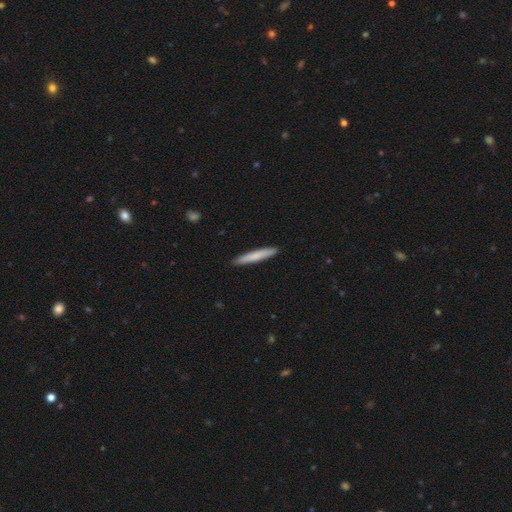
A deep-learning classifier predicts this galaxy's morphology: Smooth or featured? smooth (75%)
How rounded? cigar-shaped (95%)
Merging? none (91%)